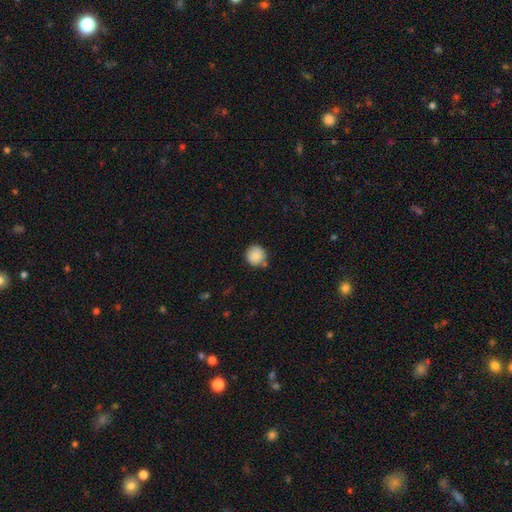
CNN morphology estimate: Overall: smooth (88%). How rounded: round (94%). Merging: none (78%).